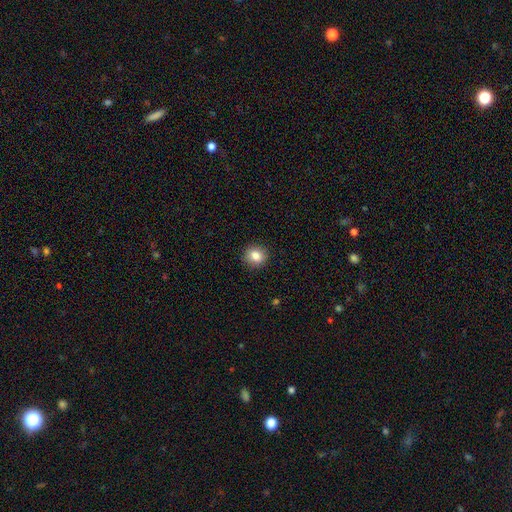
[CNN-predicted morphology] Smooth or featured: smooth — 83% (star or artifact — 10%)
How rounded: round — 87% (in between — 12%)
Merging: none — 91% (minor disturbance — 6%)